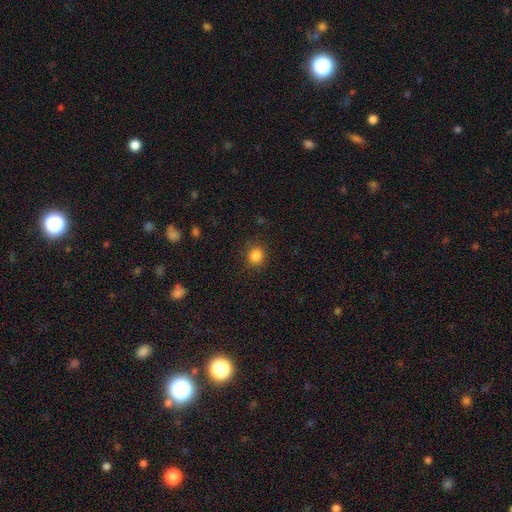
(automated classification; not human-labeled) This is clearly a smooth galaxy (85%). How rounded: clearly round (85%). Merging: clearly none (87%).